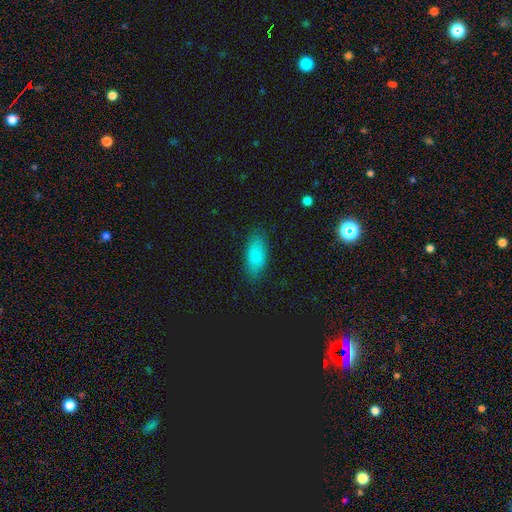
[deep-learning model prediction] This is clearly a smooth galaxy (85%). How rounded: clearly in between (85%). Merging: clearly none (82%).